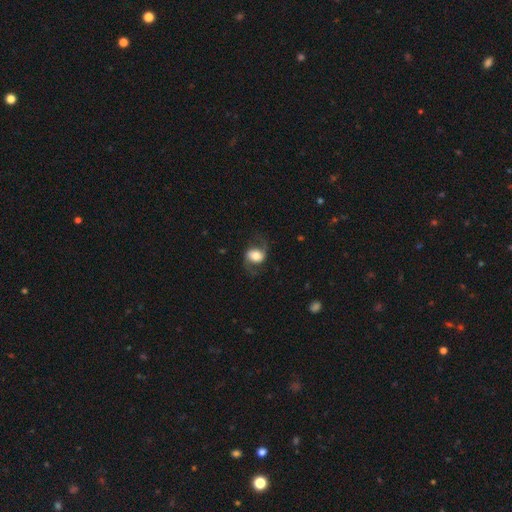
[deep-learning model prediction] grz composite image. It shows a featured or disk galaxy (57%) with no bar (50%), spiral arms (88%) and a moderate central bulge (41%). Merging: none (69%).